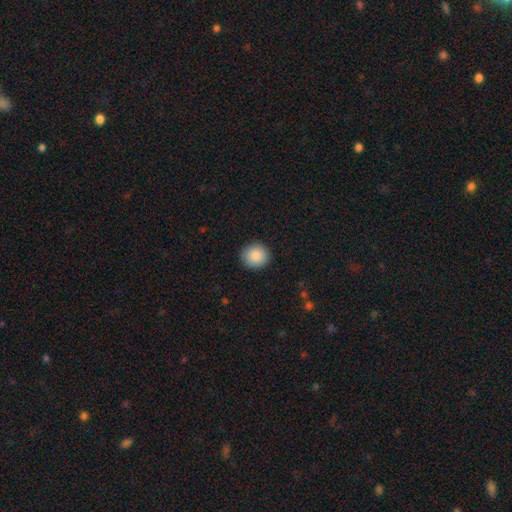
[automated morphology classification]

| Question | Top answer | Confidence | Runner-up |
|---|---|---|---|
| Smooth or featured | smooth | 89% | star or artifact (7%) |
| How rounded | round | 90% | in between (9%) |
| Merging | none | 91% | minor disturbance (6%) |